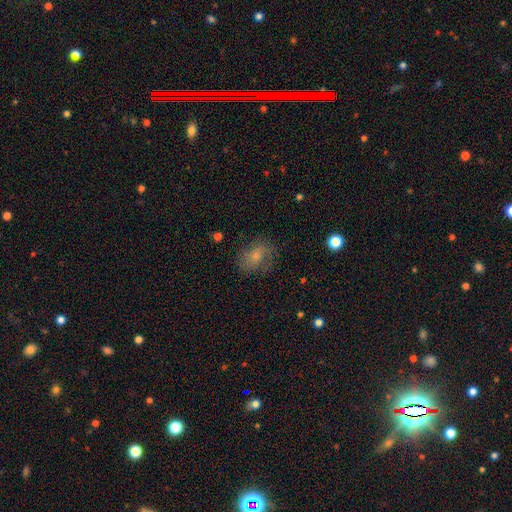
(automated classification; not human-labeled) Q: Smooth or featured?
A: smooth (60%); runner-up: featured or disk (30%)
Q: How rounded?
A: in between (65%); runner-up: round (33%)
Q: Merging?
A: none (66%); runner-up: minor disturbance (21%)